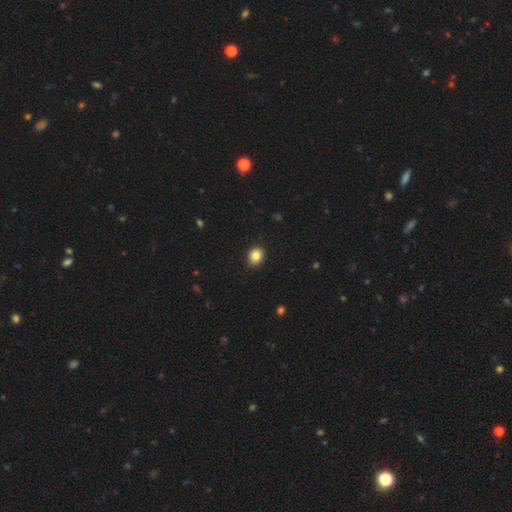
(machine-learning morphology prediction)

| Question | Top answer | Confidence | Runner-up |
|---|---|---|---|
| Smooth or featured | smooth | 85% | star or artifact (10%) |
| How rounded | round | 61% | in between (39%) |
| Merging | none | 89% | minor disturbance (8%) |